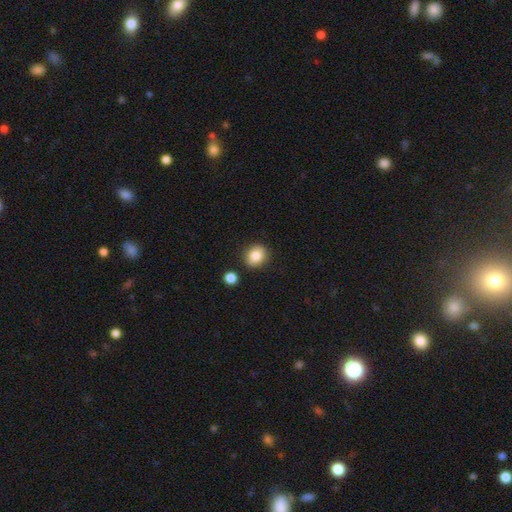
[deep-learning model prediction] Morphology: type=smooth (85%); roundness=round (76%); merging=none (86%).